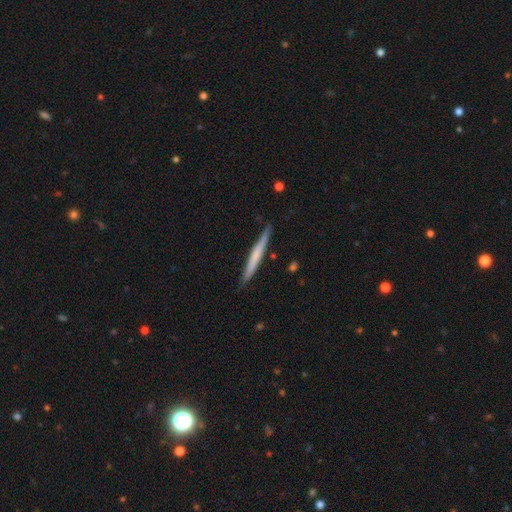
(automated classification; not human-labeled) The model was most divided on "smooth or featured": smooth: 49%, featured or disk: 45%, star or artifact: 5%. More confident: merging — none (88%).